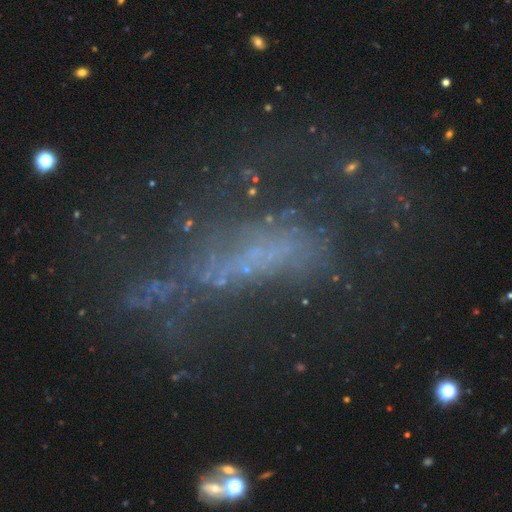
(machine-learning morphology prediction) Q: Smooth or featured?
A: featured or disk (57%); runner-up: star or artifact (24%)
Q: Edge-on disk?
A: no (84%); runner-up: yes (16%)
Q: Merging?
A: none (39%); tied with: major disturbance (39%)